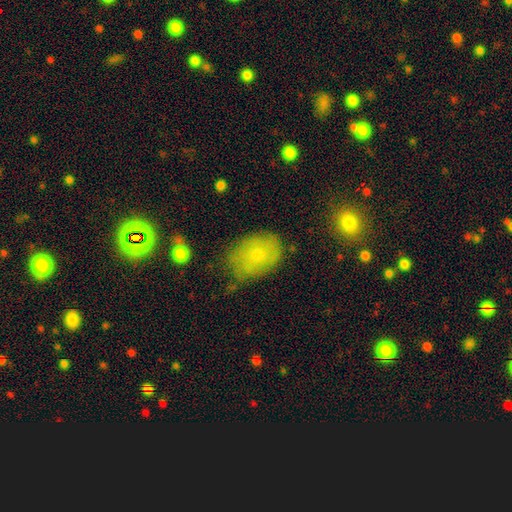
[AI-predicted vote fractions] This is likely a smooth galaxy (67%). How rounded: likely in between (75%). Merging: possibly none (60%).